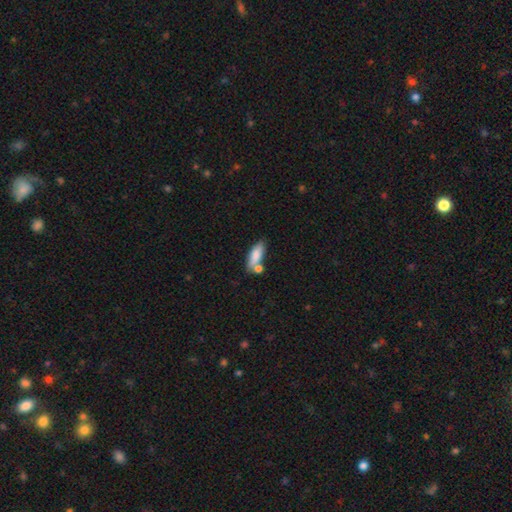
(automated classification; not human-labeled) Morphology: type=smooth (80%); roundness=in between (68%); merging=none (56%).